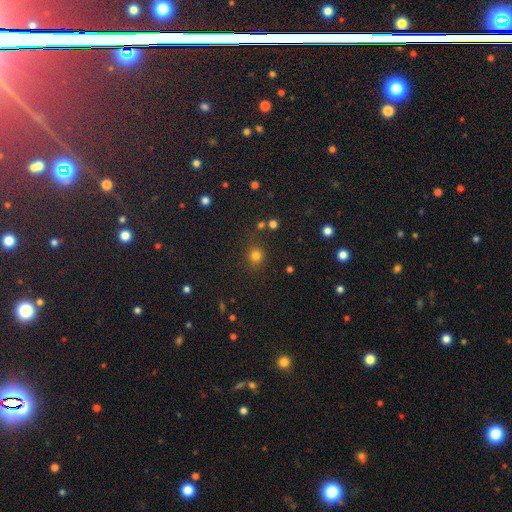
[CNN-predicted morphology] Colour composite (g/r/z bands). It shows a smooth galaxy with no disk features (78%) that is round (88%). Merging: none (83%).